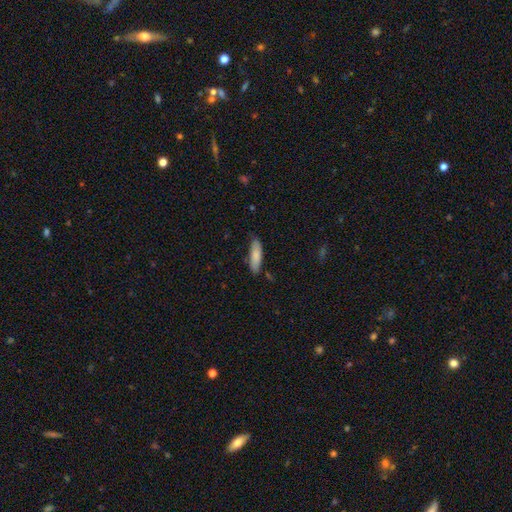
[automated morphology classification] Overall: smooth (82%). How rounded: cigar-shaped (52%; in between 47%). Merging: none (79%).